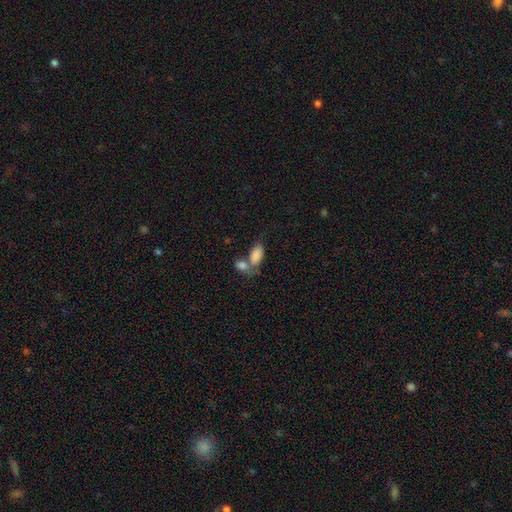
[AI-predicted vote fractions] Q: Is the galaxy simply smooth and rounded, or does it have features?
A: smooth — 84%.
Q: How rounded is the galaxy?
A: in between — 92%.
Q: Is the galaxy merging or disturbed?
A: merger — 51%.